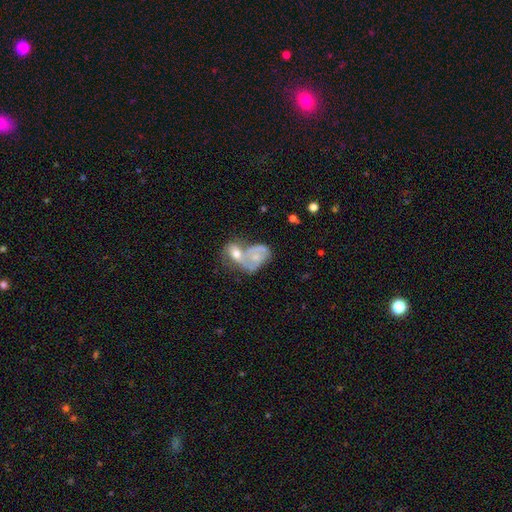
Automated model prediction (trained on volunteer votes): smooth_or_featured: featured or disk (p=0.55) [alt: smooth p=0.36]
disk_edge_on: no (p=0.97) [alt: yes p=0.03]
bar: no (p=0.77) [alt: weak p=0.19]
has_spiral_arms: yes (p=0.62) [alt: no p=0.38]
bulge_size: moderate (p=0.39) [alt: small p=0.38]
merging: merger (p=0.68) [alt: none p=0.14]